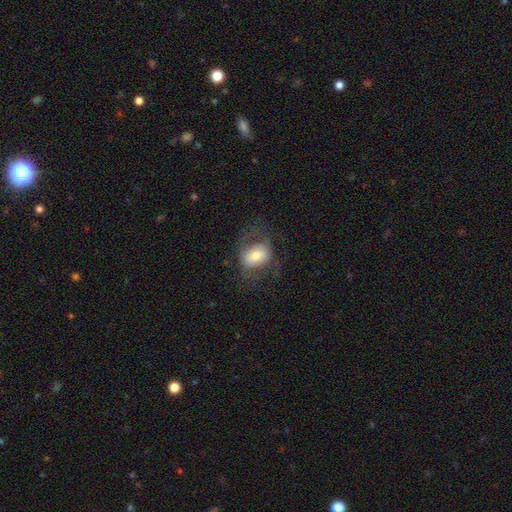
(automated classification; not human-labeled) A smooth galaxy with no disk features (60%) that is in between round and cigar-shaped (69%).

Vote fractions:
- Smooth or featured? smooth: 60% / featured or disk: 31% / star or artifact: 9%
- How rounded? in between: 69% / round: 29% / cigar-shaped: 1%
- Merging? none: 57% / major disturbance: 22% / minor disturbance: 20% / merger: 1%